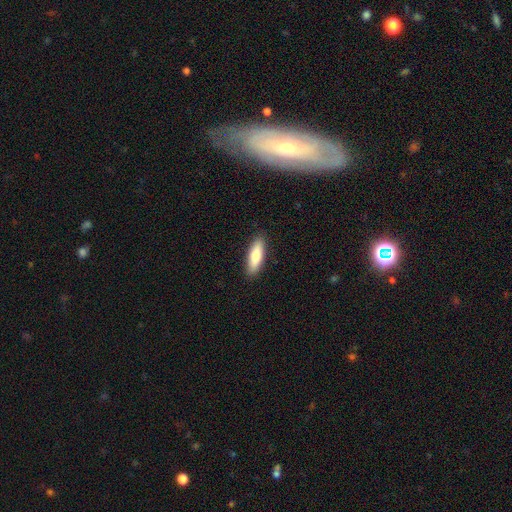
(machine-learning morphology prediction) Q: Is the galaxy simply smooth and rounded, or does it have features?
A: smooth — 76%.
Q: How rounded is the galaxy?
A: cigar-shaped — 50%.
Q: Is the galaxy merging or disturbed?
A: none — 89%.